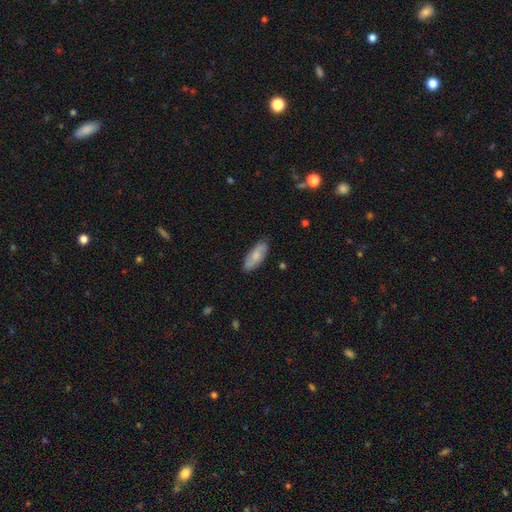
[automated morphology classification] Overall: smooth (64%; featured or disk 30%). How rounded: in between (77%). Merging: none (82%).